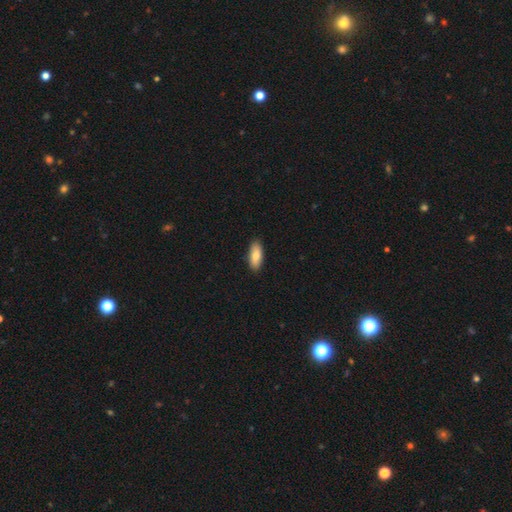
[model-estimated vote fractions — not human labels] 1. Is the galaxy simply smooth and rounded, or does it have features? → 81% smooth, 13% featured or disk, 6% star or artifact.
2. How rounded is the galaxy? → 83% in between, 15% cigar-shaped, 2% round.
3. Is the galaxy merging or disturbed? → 89% none, 8% minor disturbance, 2% major disturbance, 1% merger.